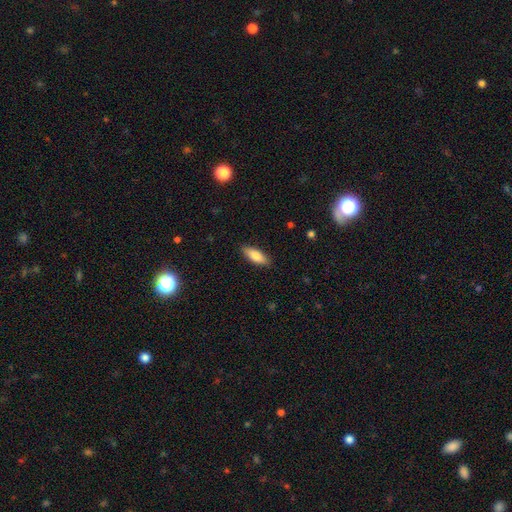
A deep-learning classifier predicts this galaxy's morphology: The model was most divided on "how rounded": in between: 65%, cigar-shaped: 33%, round: 2%. More confident: merging — none (88%); smooth or featured — smooth (78%).